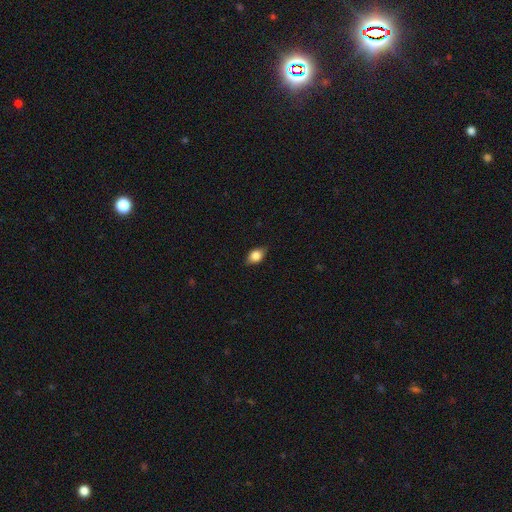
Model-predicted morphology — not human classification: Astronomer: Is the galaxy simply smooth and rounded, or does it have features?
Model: smooth — 81%.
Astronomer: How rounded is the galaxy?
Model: in between — 78%.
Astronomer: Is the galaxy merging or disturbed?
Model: none — 81%.